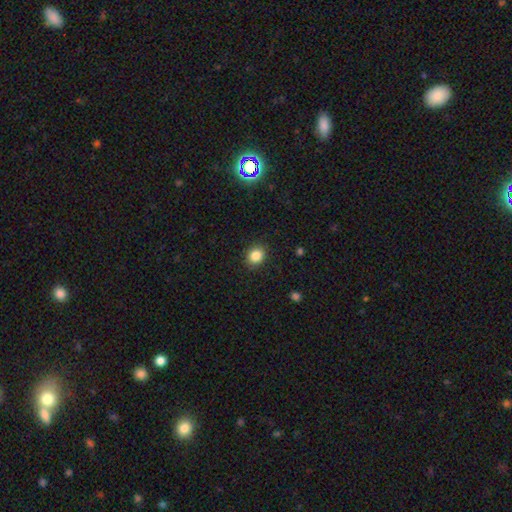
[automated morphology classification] The model was most divided on "how rounded": round: 64%, in between: 35%, cigar-shaped: 1%. More confident: merging — none (88%); smooth or featured — smooth (85%).